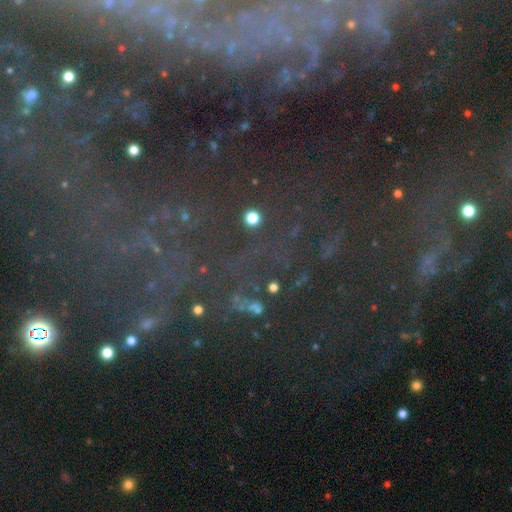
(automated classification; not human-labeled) A star or artifact, not a galaxy (61%).